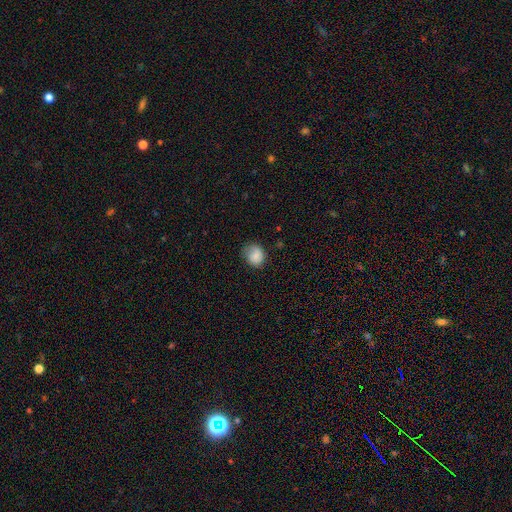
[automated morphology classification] smooth-or-featured: smooth: 82% | featured or disk: 10% | star or artifact: 8%
  how-rounded: round: 70% | in between: 29% | cigar-shaped: 1%
  merging: none: 63% | minor disturbance: 27% | major disturbance: 8% | merger: 1%